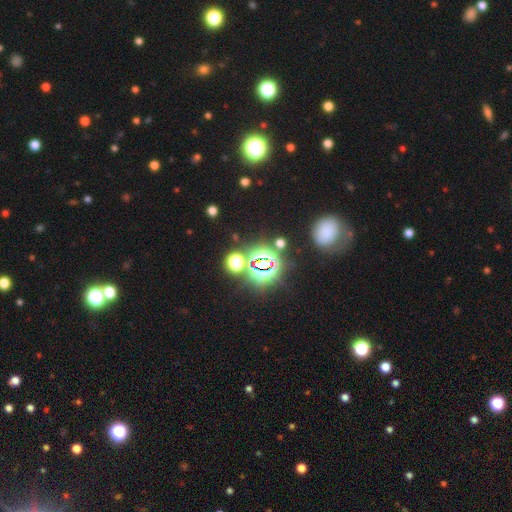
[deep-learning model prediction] A star or artifact, not a galaxy (75%).

Vote fractions:
- Smooth or featured? star or artifact: 75% / smooth: 17% / featured or disk: 8%